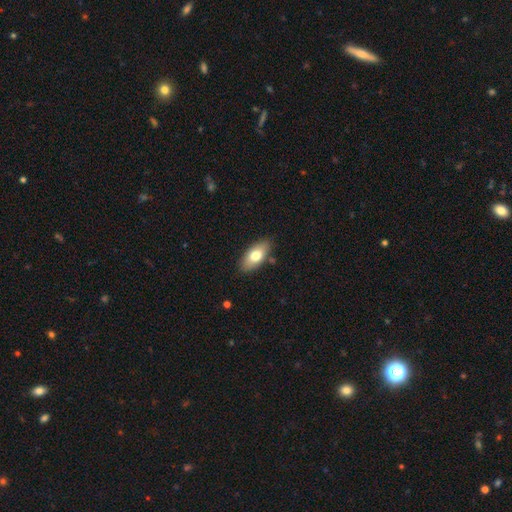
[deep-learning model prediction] Morphology: type=smooth (75%); roundness=in between (90%); merging=none (84%).